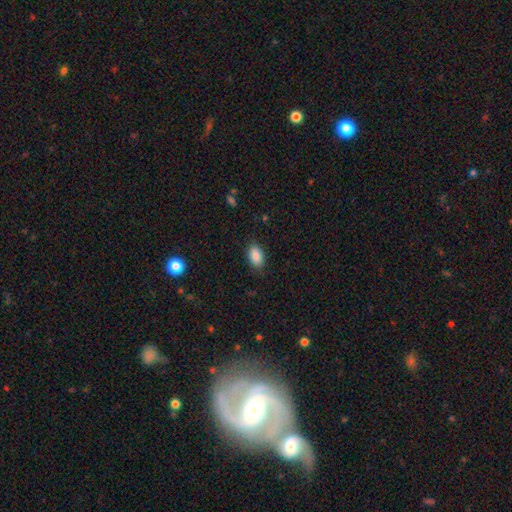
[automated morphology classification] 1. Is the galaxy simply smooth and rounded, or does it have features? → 88% smooth, 8% star or artifact, 4% featured or disk.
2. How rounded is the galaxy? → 92% in between, 6% round, 2% cigar-shaped.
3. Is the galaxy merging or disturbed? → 85% none, 11% minor disturbance, 3% major disturbance, 1% merger.